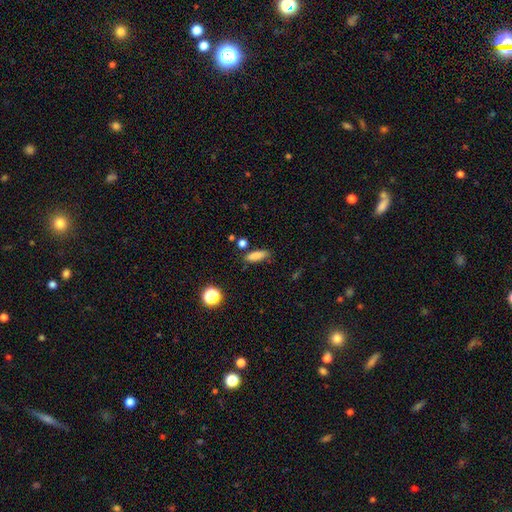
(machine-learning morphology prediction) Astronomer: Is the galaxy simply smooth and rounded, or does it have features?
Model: smooth — 82%.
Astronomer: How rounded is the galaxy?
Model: in between — 50% (runner-up: cigar-shaped, 46%).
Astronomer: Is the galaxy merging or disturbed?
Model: none — 78%.